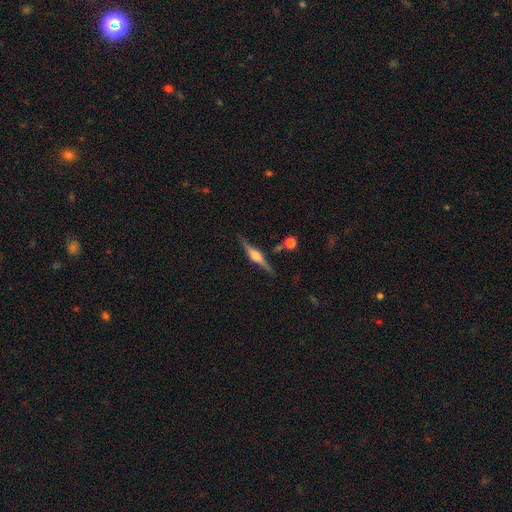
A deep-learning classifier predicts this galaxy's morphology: smooth-or-featured: featured or disk: 80% | smooth: 14% | star or artifact: 6%
  disk-edge-on: yes: 98% | no: 2%
    edge-on-bulge: rounded: 90% | boxy: 8% | none: 2%
  merging: none: 84% | minor disturbance: 10% | merger: 3% | major disturbance: 2%